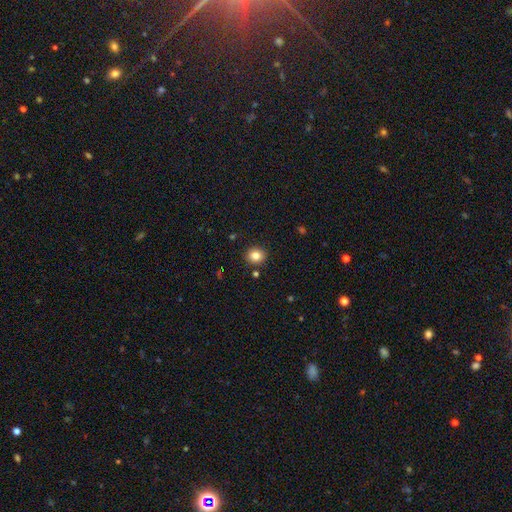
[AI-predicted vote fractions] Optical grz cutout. It shows a smooth galaxy with no disk features (83%) that is round (80%). Merging: none (90%).